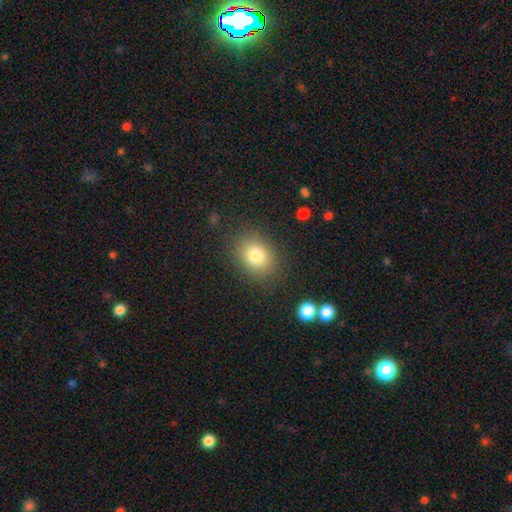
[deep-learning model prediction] A smooth galaxy with no disk features (81%) that is in between round and cigar-shaped (55%).

Vote fractions:
- Smooth or featured? smooth: 81% / star or artifact: 11% / featured or disk: 9%
- How rounded? in between: 55% / round: 44% / cigar-shaped: 1%
- Merging? none: 84% / minor disturbance: 10% / major disturbance: 4% / merger: 2%